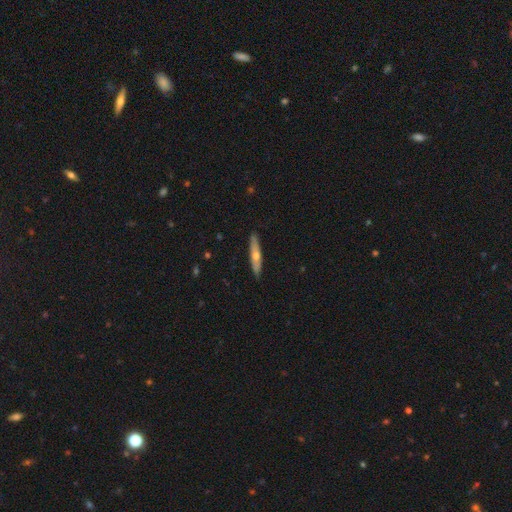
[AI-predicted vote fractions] A featured or disk galaxy (50%).

Vote fractions:
- Smooth or featured? featured or disk: 50% / smooth: 45% / star or artifact: 6%
- Merging? none: 89% / minor disturbance: 8% / major disturbance: 1% / merger: 1%